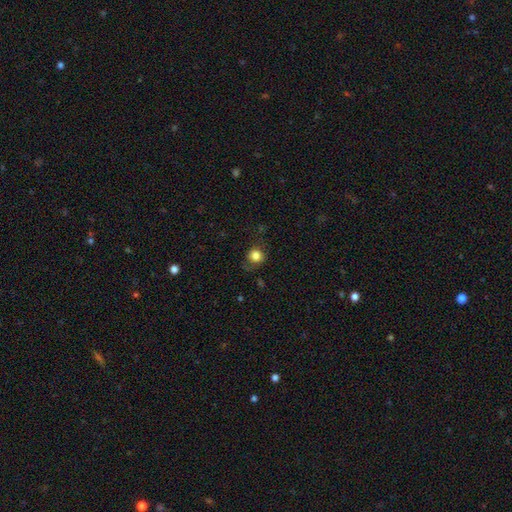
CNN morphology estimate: A smooth galaxy with no disk features (82%) that is round (87%). Merging: none (75%).